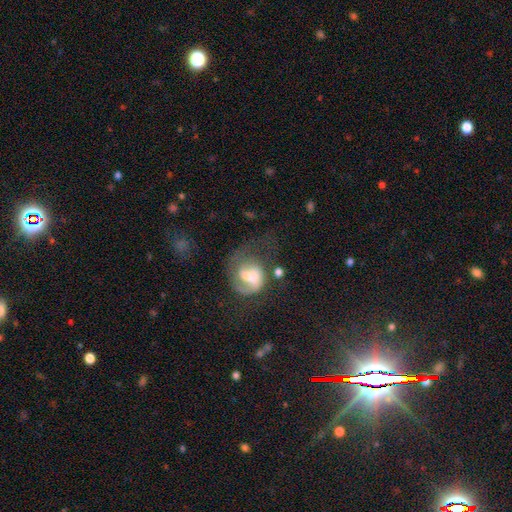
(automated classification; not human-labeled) Smooth or featured: featured or disk — 59% (star or artifact — 24%)
Edge-on disk: no — 96% (yes — 4%)
Bar: no — 41% (weak — 39%)
Spiral arms: yes — 82% (no — 18%)
Bulge size: moderate — 44% (large — 23%)
Merging: none — 55% (major disturbance — 23%)